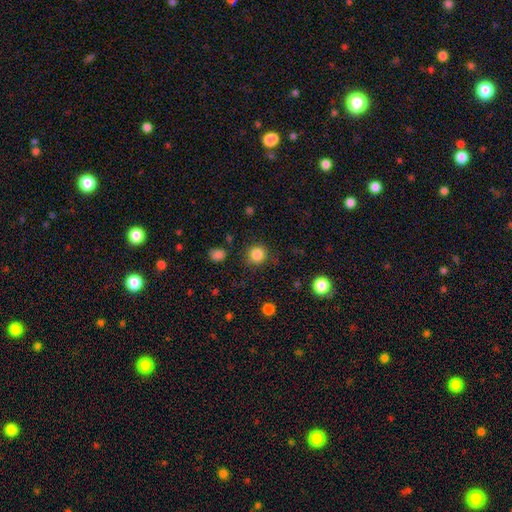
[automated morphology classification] Smooth or featured?
  - smooth: 85% *
  - star or artifact: 11%
  - featured or disk: 4%
How rounded?
  - round: 92% *
  - in between: 7%
  - cigar-shaped: 1%
Merging?
  - none: 84% *
  - minor disturbance: 10%
  - major disturbance: 4%
  - merger: 2%